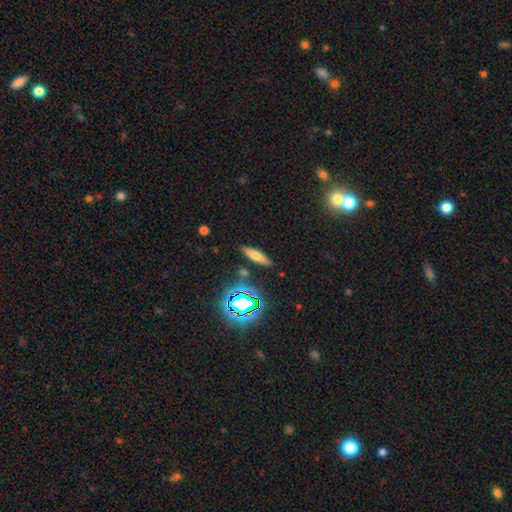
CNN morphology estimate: smooth_or_featured: smooth (p=0.58) [alt: featured or disk p=0.25]
how_rounded: cigar-shaped (p=0.67) [alt: in between p=0.28]
merging: none (p=0.86) [alt: minor disturbance p=0.09]